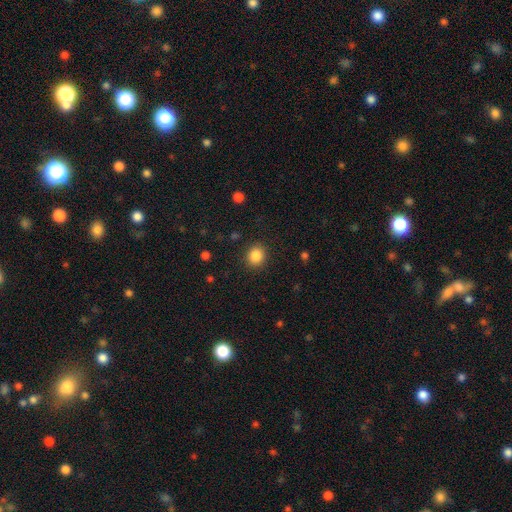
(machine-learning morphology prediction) type=smooth (86%); roundness=round (77%); merging=none (89%).